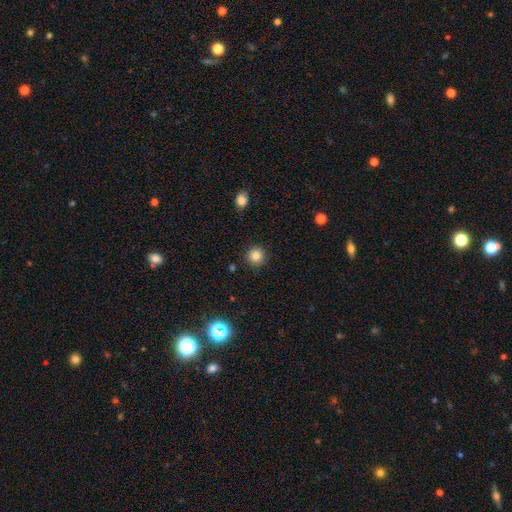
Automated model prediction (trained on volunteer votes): Q: Smooth or featured?
A: smooth (83%); runner-up: star or artifact (12%)
Q: How rounded?
A: round (94%); runner-up: in between (5%)
Q: Merging?
A: none (91%); runner-up: minor disturbance (6%)